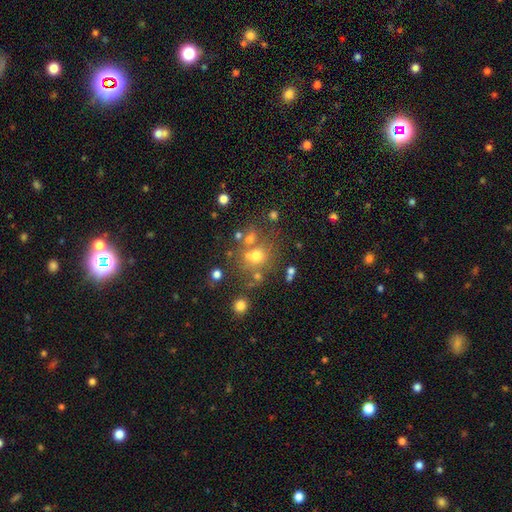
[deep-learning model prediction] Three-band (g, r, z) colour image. It shows a smooth galaxy with no disk features (63%) that is round (79%). Merging: none (57%).